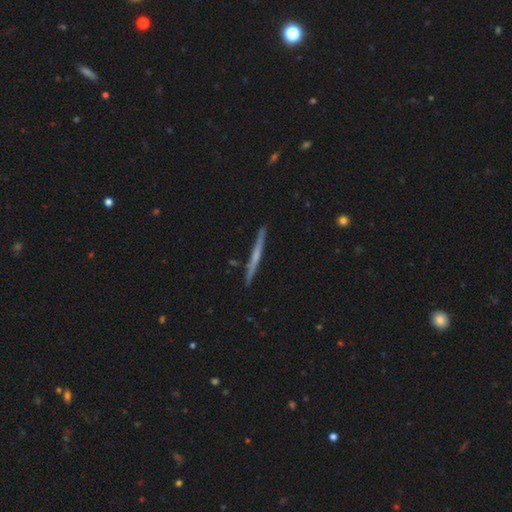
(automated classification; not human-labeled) The model was most divided on "smooth or featured": featured or disk: 60%, smooth: 35%, star or artifact: 5%. More confident: edge-on disk — yes (98%); merging — none (92%); edge-on bulge — none (71%).